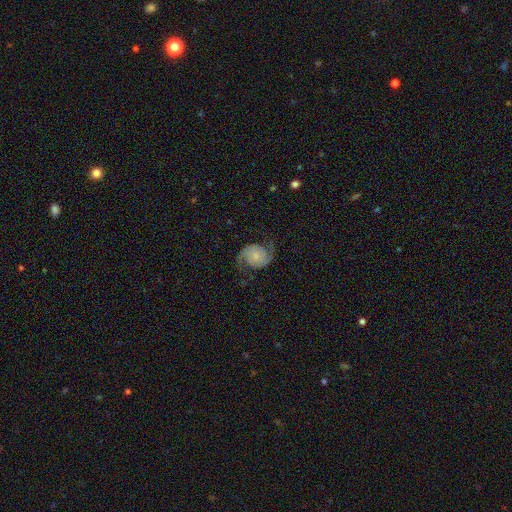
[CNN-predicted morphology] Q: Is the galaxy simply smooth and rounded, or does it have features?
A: featured or disk — 84%.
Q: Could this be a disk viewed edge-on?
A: no — 98%.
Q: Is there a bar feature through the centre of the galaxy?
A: no — 74%.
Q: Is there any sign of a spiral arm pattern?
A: yes — 97%.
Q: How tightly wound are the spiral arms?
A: medium — 46%.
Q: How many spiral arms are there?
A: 2 — 94%.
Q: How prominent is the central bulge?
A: small — 61%.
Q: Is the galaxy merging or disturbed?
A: none — 76%.